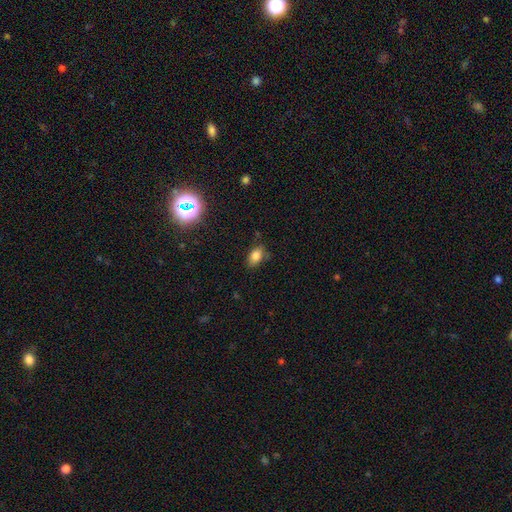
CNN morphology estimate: A smooth galaxy with no disk features (80%) that is in between round and cigar-shaped (86%). Merging: none (74%).